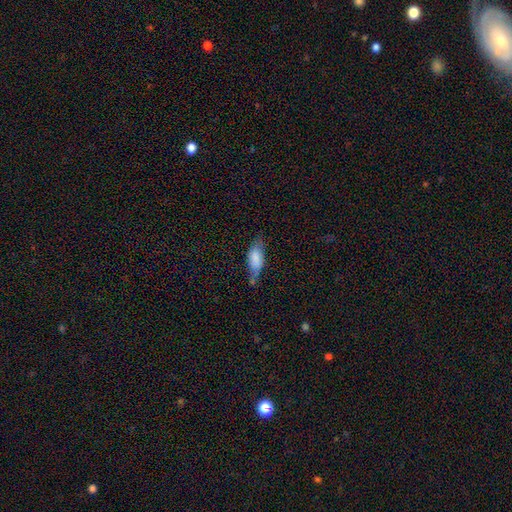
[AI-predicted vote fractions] A smooth galaxy with no disk features (77%) that is in between round and cigar-shaped (82%). Merging: none (41%).